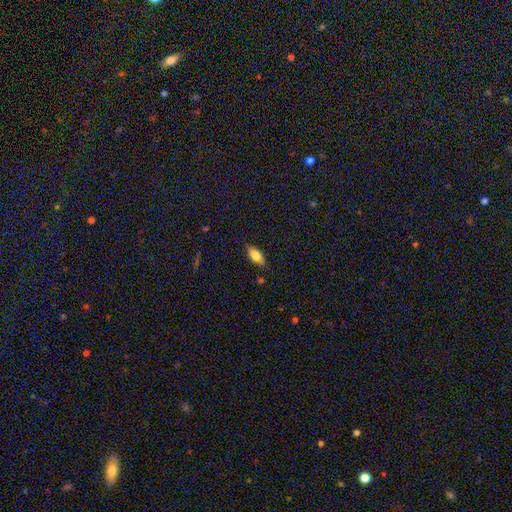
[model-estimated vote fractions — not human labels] smooth 76%, featured or disk 16%, star or artifact 8%. Down the decision tree: how rounded — in between (86%); merging — none (81%).